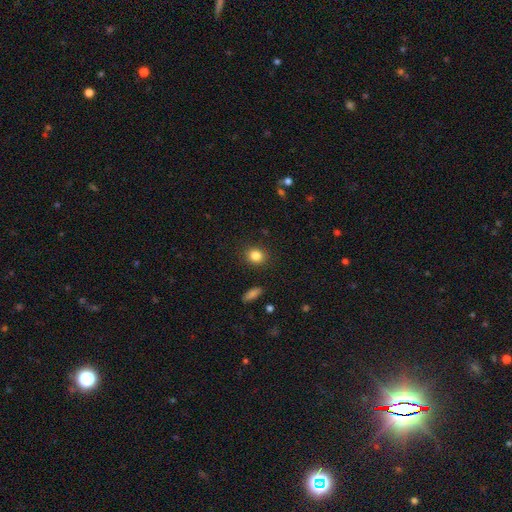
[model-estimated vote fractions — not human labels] smooth 84%, star or artifact 10%, featured or disk 6%. Down the decision tree: how rounded — round (74%); merging — none (89%).